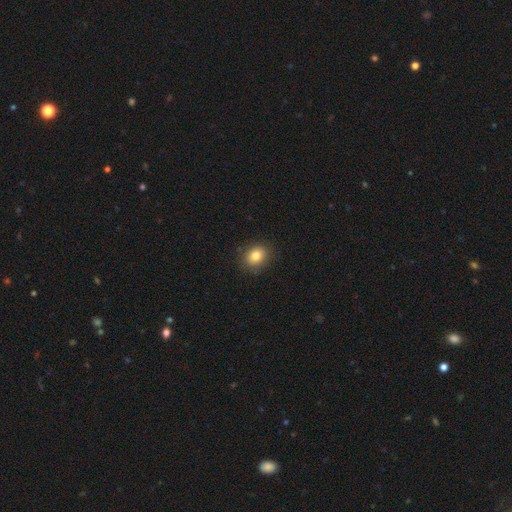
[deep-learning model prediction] A smooth galaxy with no disk features (83%) that is round (52%).

Vote fractions:
- Smooth or featured? smooth: 83% / star or artifact: 10% / featured or disk: 7%
- How rounded? round: 52% / in between: 47% / cigar-shaped: 1%
- Merging? none: 86% / minor disturbance: 10% / major disturbance: 3% / merger: 1%